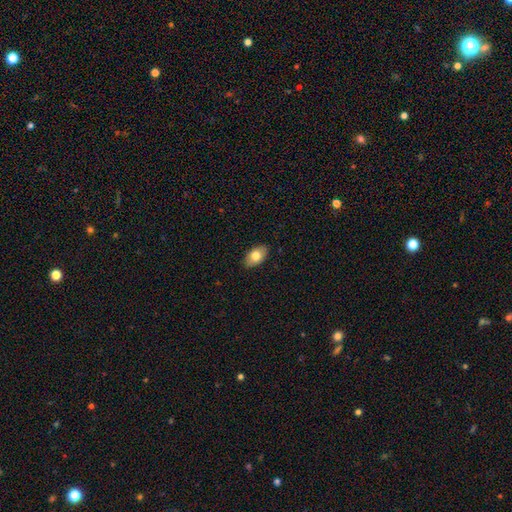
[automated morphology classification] Smooth or featured? smooth (78%)
How rounded? in between (91%)
Merging? none (87%)